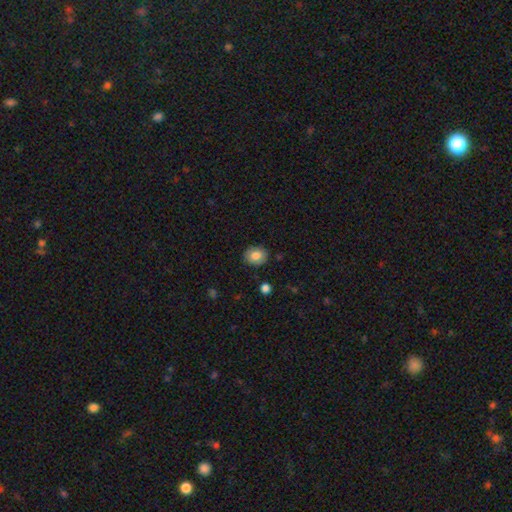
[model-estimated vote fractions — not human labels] Smooth or featured? Predicted: smooth (p=0.84). How rounded? Predicted: round (p=0.60). Merging? Predicted: none (p=0.87).